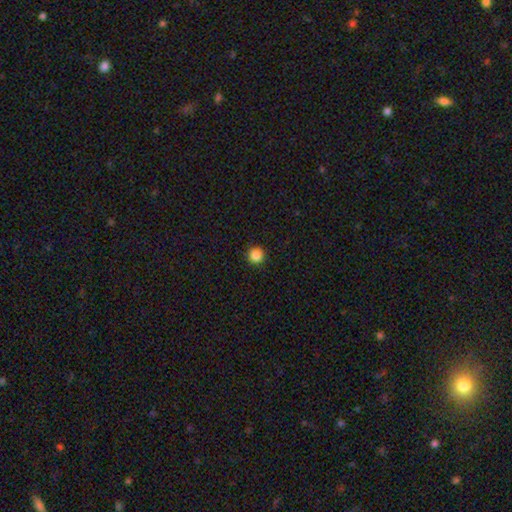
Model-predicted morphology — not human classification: The model was most divided on "smooth or featured": smooth: 86%, star or artifact: 11%, featured or disk: 3%. More confident: how rounded — round (96%); merging — none (93%).